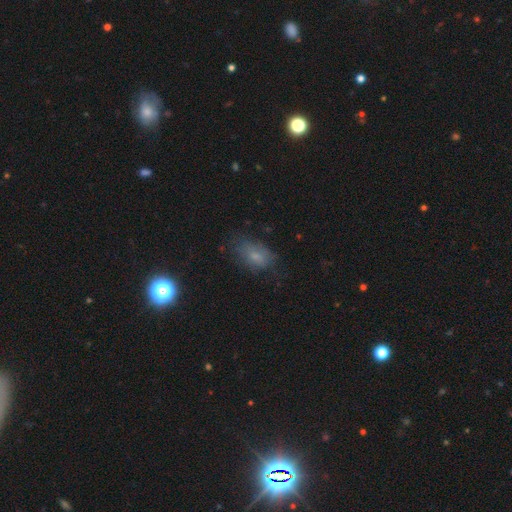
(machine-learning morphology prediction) This is likely a smooth galaxy (66%). How rounded: clearly in between (84%). Merging: possibly none (58%).